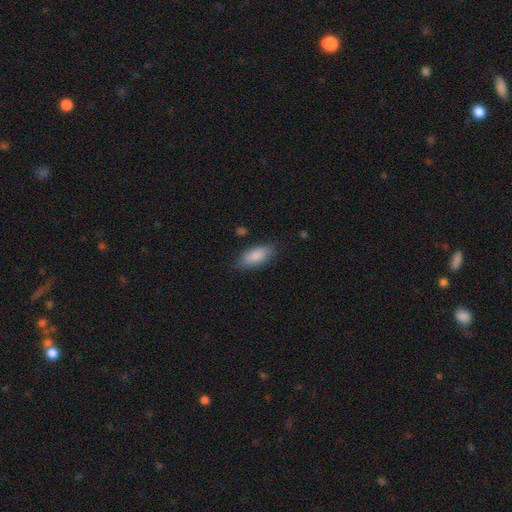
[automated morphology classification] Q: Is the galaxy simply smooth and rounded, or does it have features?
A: smooth — 86%.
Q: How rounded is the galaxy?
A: in between — 86%.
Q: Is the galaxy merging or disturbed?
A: none — 78%.